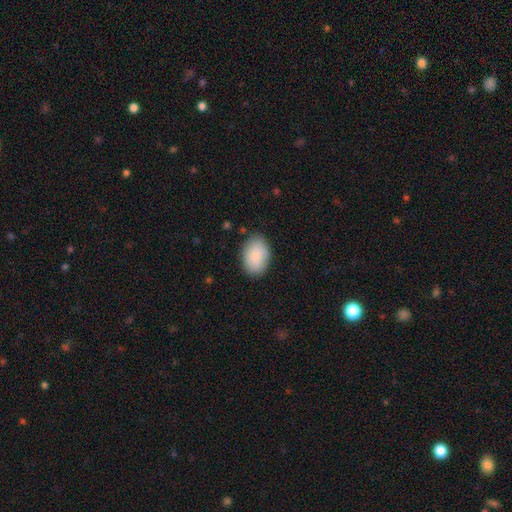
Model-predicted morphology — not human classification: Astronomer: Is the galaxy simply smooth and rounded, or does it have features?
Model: smooth — 88%.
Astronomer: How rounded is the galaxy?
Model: in between — 86%.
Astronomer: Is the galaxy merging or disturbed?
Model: none — 84%.